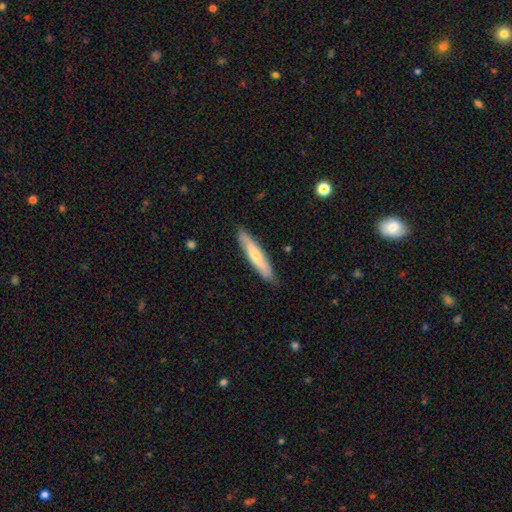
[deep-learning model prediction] smooth-or-featured: smooth: 58% | featured or disk: 37% | star or artifact: 5%
  how-rounded: cigar-shaped: 88% | in between: 11% | round: 1%
  merging: none: 87% | minor disturbance: 10% | major disturbance: 2% | merger: 1%